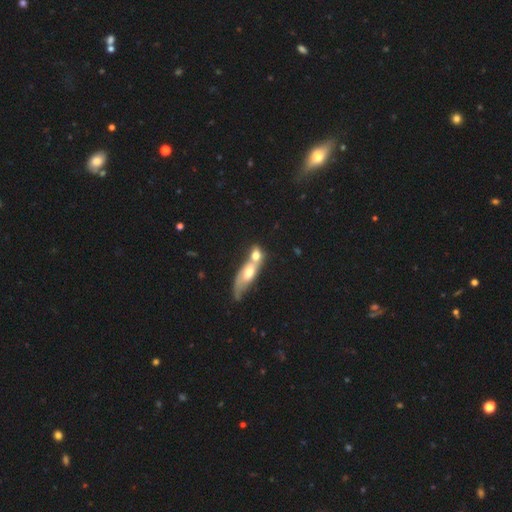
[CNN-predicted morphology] smooth_or_featured: smooth (p=0.58) [alt: featured or disk p=0.32]
how_rounded: in between (p=0.55) [alt: cigar-shaped p=0.24]
merging: merger (p=0.71) [alt: none p=0.16]